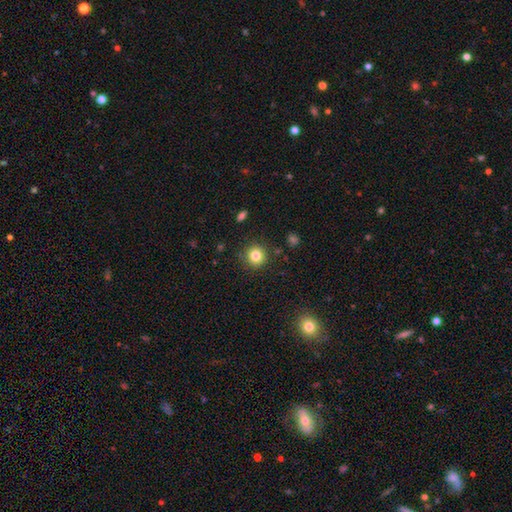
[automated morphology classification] Smooth or featured? Predicted: smooth (p=0.82). How rounded? Predicted: round (p=0.92). Merging? Predicted: none (p=0.88).